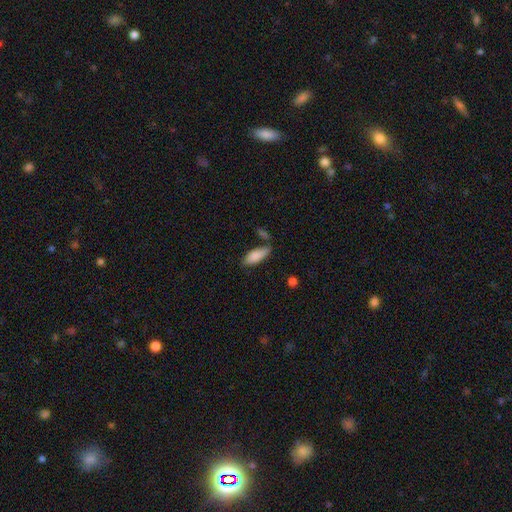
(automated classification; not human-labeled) A smooth galaxy with no disk features (84%) that is in between round and cigar-shaped (75%). Merging: none (61%).